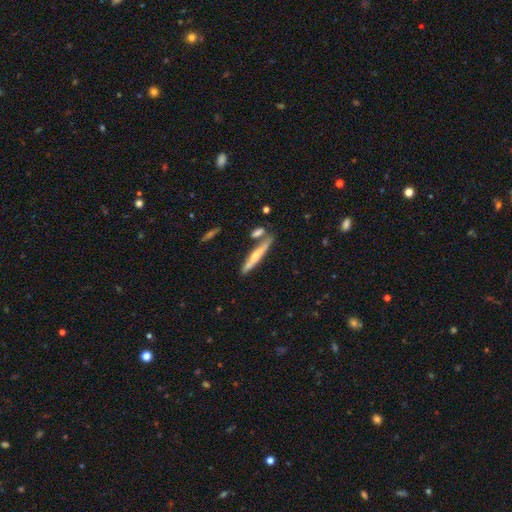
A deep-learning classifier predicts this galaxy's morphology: Smooth or featured? Predicted: featured or disk (p=0.57). Edge-on disk? Predicted: yes (p=0.95). Edge-on bulge? Predicted: rounded (p=0.75). Merging? Predicted: none (p=0.76).